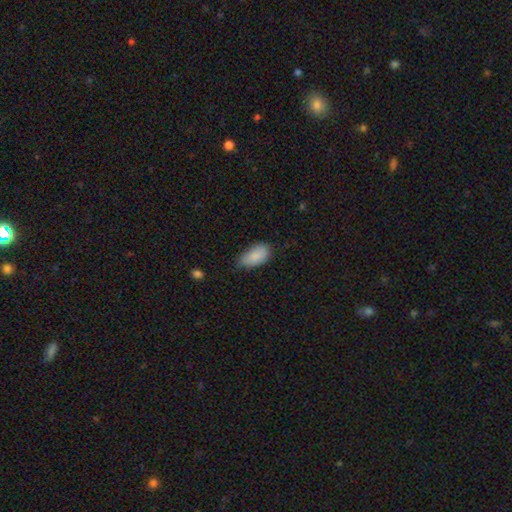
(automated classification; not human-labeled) Smooth or featured? smooth (88%)
How rounded? in between (93%)
Merging? none (63%)